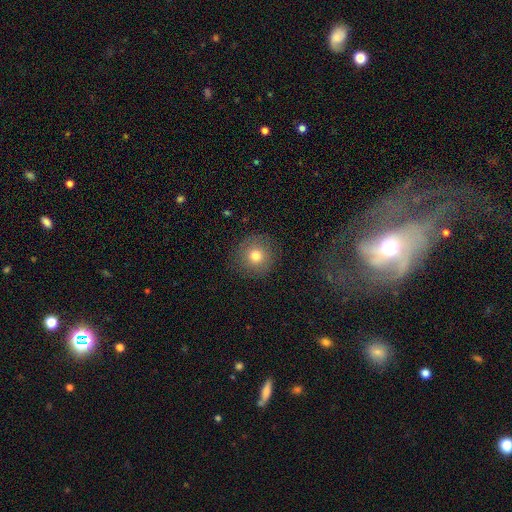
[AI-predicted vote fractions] Morphology: type=smooth (75%); roundness=round (94%); merging=none (87%).